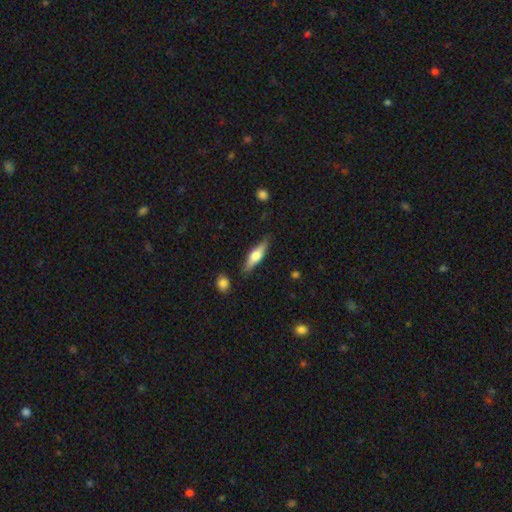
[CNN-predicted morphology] A smooth galaxy with no disk features (51%) that is cigar-shaped (60%).

Vote fractions:
- Smooth or featured? smooth: 51% / featured or disk: 43% / star or artifact: 6%
- How rounded? cigar-shaped: 60% / in between: 37% / round: 2%
- Merging? none: 83% / minor disturbance: 12% / major disturbance: 3% / merger: 2%